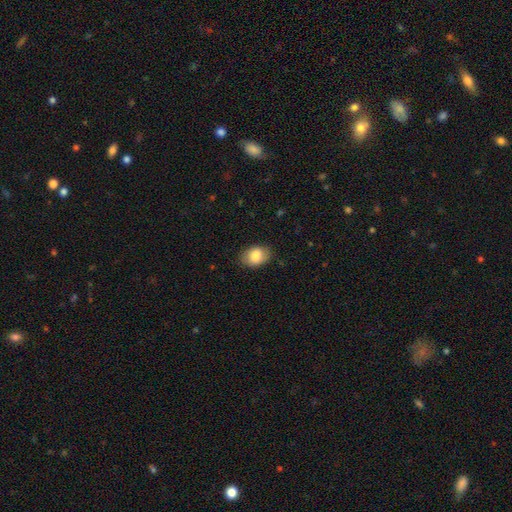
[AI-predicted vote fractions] smooth_or_featured: smooth (p=0.82) [alt: featured or disk p=0.11]
how_rounded: in between (p=0.83) [alt: round p=0.16]
merging: none (p=0.82) [alt: minor disturbance p=0.14]